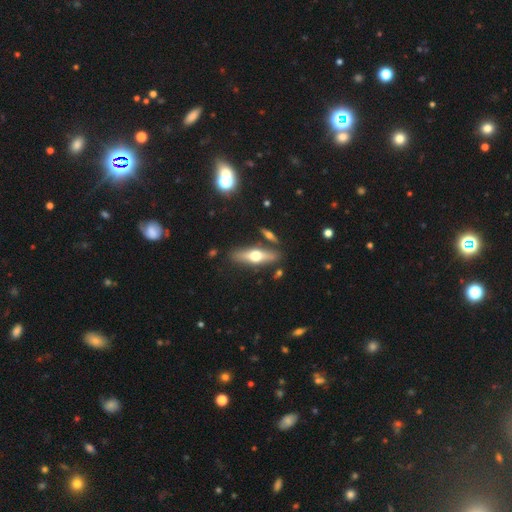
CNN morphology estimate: Smooth or featured? Predicted: featured or disk (p=0.57). Edge-on disk? Predicted: yes (p=0.91). Edge-on bulge? Predicted: rounded (p=0.95). Merging? Predicted: none (p=0.81).